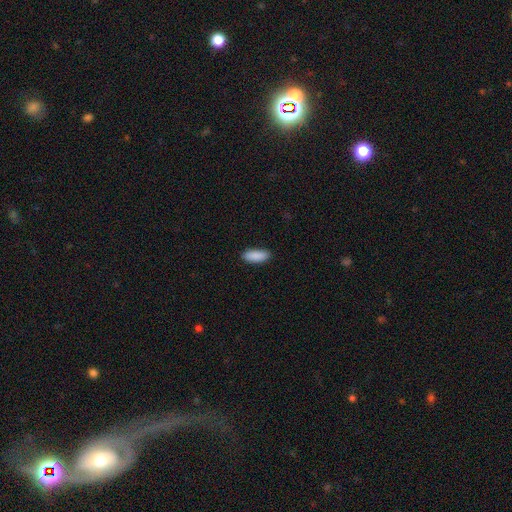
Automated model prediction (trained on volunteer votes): A smooth galaxy with no disk features (90%) that is in between round and cigar-shaped (77%).

Vote fractions:
- Smooth or featured? smooth: 90% / star or artifact: 6% / featured or disk: 3%
- How rounded? in between: 77% / cigar-shaped: 22% / round: 2%
- Merging? none: 89% / minor disturbance: 8% / major disturbance: 2% / merger: 1%